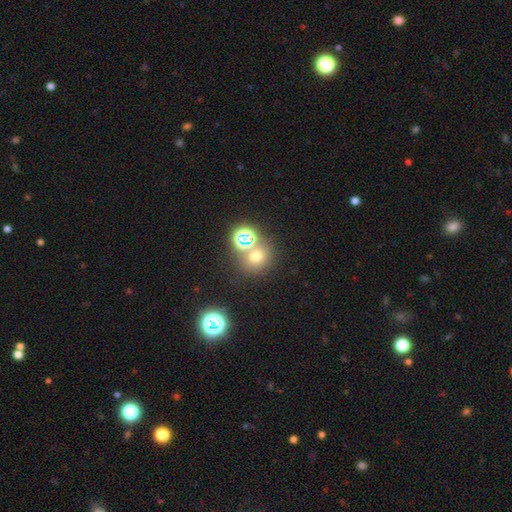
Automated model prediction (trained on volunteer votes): Smooth or featured? Predicted: smooth (p=0.60). How rounded? Predicted: round (p=0.82). Merging? Predicted: none (p=0.64).